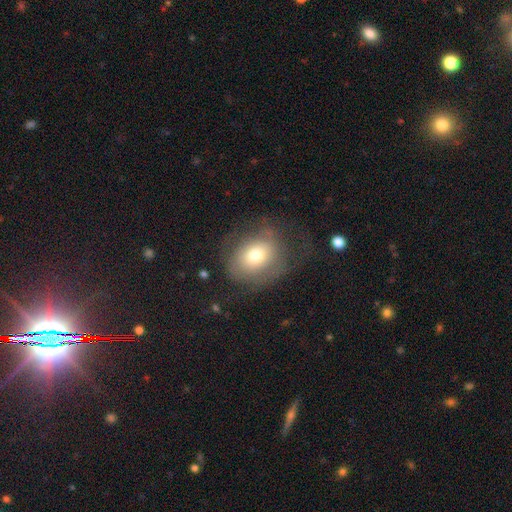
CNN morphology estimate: smooth 65%, featured or disk 25%, star or artifact 10%. Down the decision tree: how rounded — round (56%); merging — none (48%).